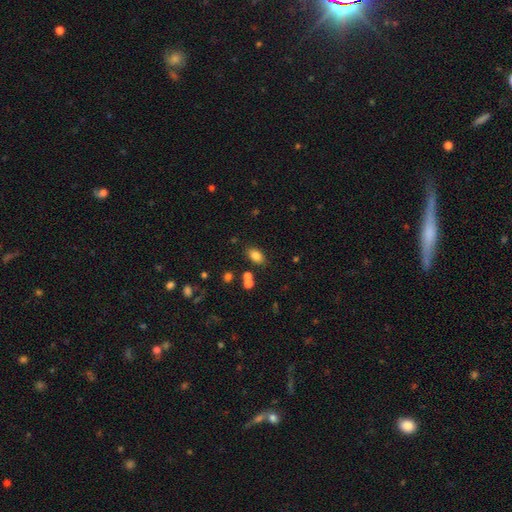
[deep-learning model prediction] A smooth galaxy with no disk features (82%) that is in between round and cigar-shaped (87%).

Vote fractions:
- Smooth or featured? smooth: 82% / star or artifact: 11% / featured or disk: 7%
- How rounded? in between: 87% / round: 11% / cigar-shaped: 2%
- Merging? none: 79% / minor disturbance: 11% / merger: 6% / major disturbance: 3%